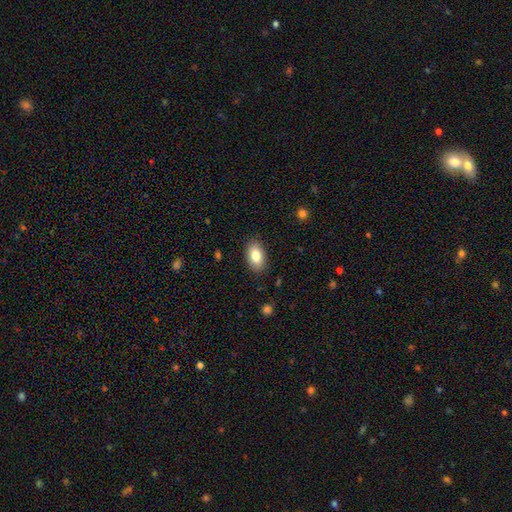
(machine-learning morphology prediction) smooth_or_featured: smooth (p=0.83) [alt: featured or disk p=0.10]
how_rounded: in between (p=0.93) [alt: round p=0.05]
merging: none (p=0.87) [alt: minor disturbance p=0.09]